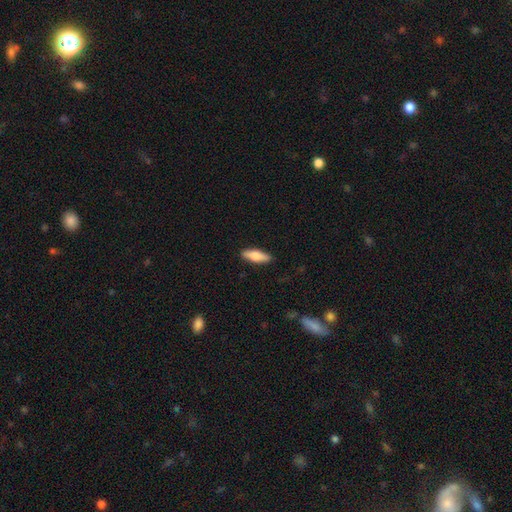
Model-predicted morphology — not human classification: Smooth or featured?
  - smooth: 73% *
  - featured or disk: 21%
  - star or artifact: 5%
How rounded?
  - in between: 50% *
  - cigar-shaped: 47%
  - round: 2%
Merging?
  - none: 89% *
  - minor disturbance: 8%
  - major disturbance: 2%
  - merger: 1%